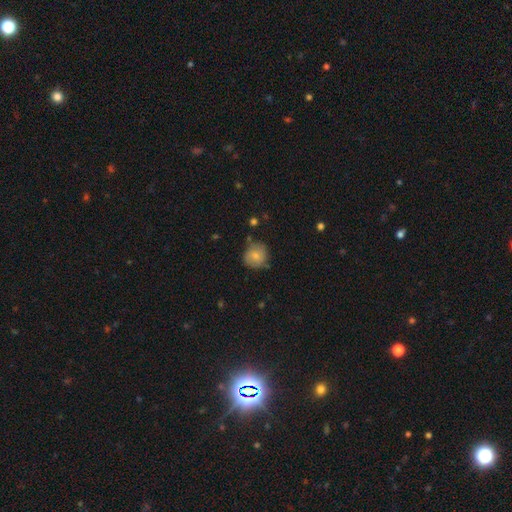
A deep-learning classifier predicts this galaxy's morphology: The model was most divided on "merging": none: 73%, minor disturbance: 20%, major disturbance: 4%, merger: 3%. More confident: how rounded — round (88%); smooth or featured — smooth (75%).